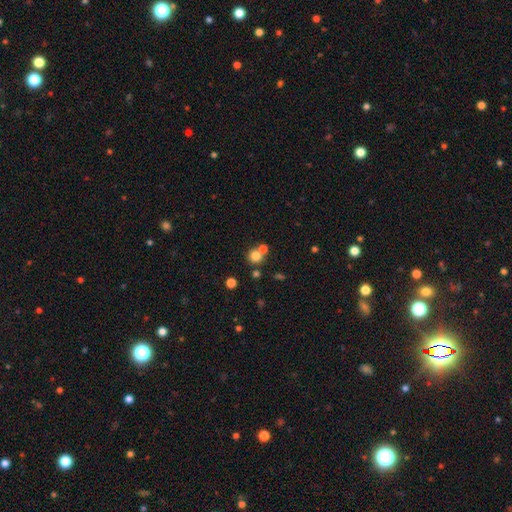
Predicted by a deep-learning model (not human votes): Smooth or featured? Predicted: smooth (p=0.77). How rounded? Predicted: round (p=0.89). Merging? Predicted: none (p=0.58).